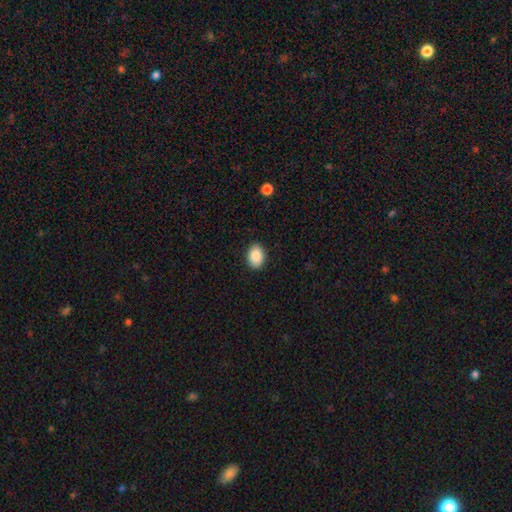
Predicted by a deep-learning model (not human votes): Smooth or featured? Predicted: smooth (p=0.88). How rounded? Predicted: in between (p=0.82). Merging? Predicted: none (p=0.90).